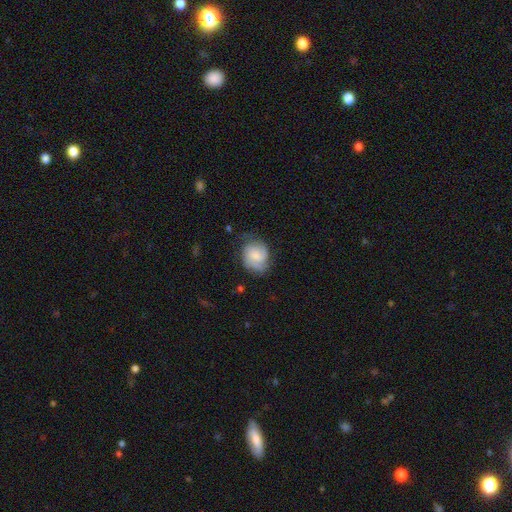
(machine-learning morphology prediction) Overall: featured or disk (49%; smooth 44%). Merging: none (58%; minor disturbance 29%).